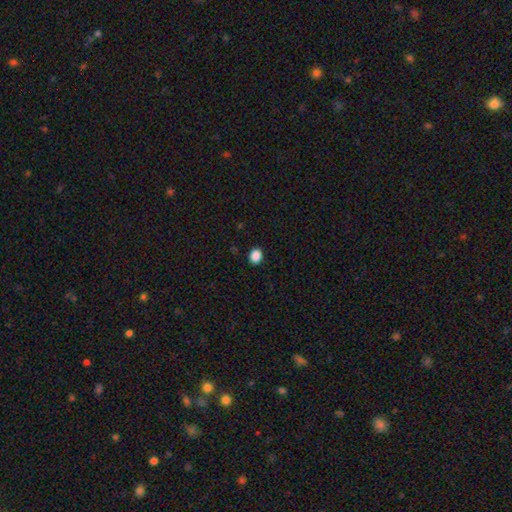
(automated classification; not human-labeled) smooth_or_featured: smooth (p=0.87) [alt: star or artifact p=0.10]
how_rounded: round (p=0.54) [alt: in between p=0.45]
merging: none (p=0.91) [alt: minor disturbance p=0.07]